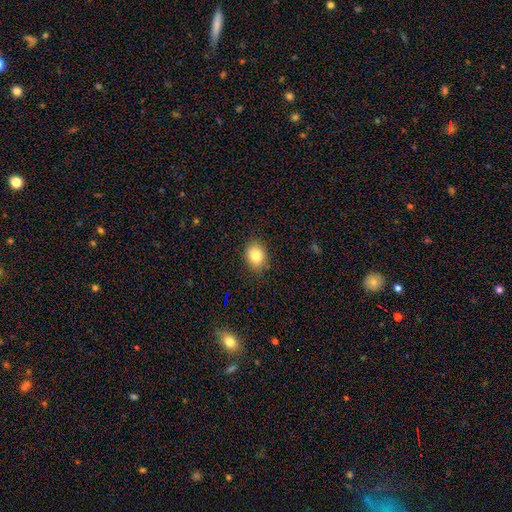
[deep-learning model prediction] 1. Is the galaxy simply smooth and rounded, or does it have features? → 81% smooth, 10% star or artifact, 9% featured or disk.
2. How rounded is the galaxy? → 54% in between, 45% round, 1% cigar-shaped.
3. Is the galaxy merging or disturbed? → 85% none, 11% minor disturbance, 3% major disturbance, 1% merger.